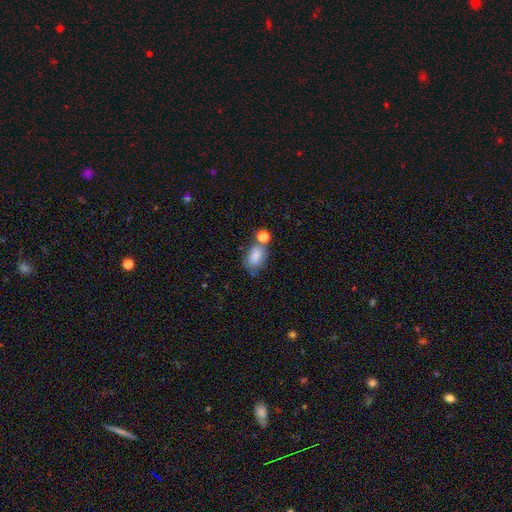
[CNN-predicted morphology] smooth-or-featured: smooth: 82% | star or artifact: 9% | featured or disk: 9%
  how-rounded: in between: 84% | round: 15% | cigar-shaped: 2%
  merging: none: 48% | merger: 24% | minor disturbance: 20% | major disturbance: 8%